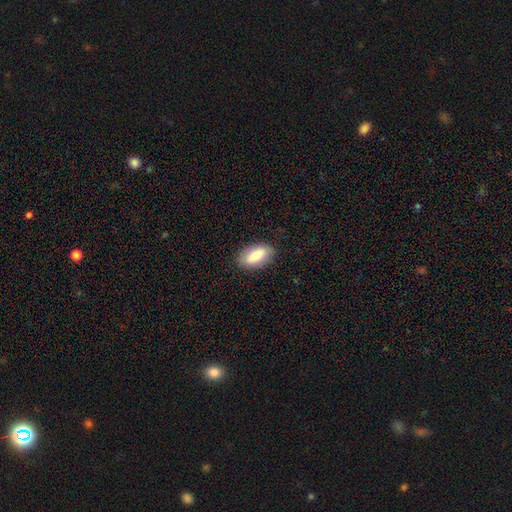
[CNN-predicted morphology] Overall: smooth (77%). How rounded: in between (90%). Merging: none (86%).